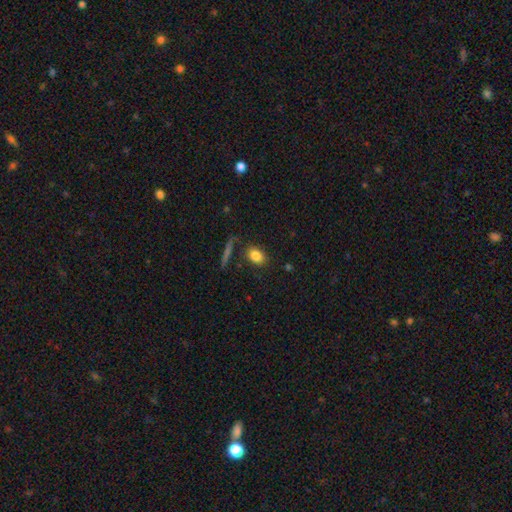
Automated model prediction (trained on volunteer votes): Overall: smooth (84%). How rounded: in between (75%). Merging: none (81%).